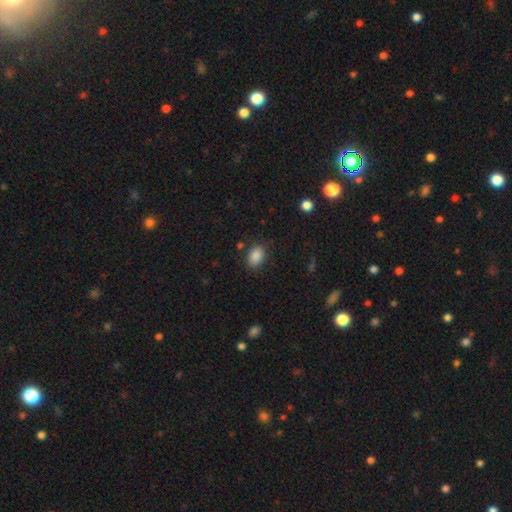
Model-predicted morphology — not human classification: Q: Smooth or featured?
A: smooth (87%); runner-up: star or artifact (9%)
Q: How rounded?
A: in between (81%); runner-up: round (18%)
Q: Merging?
A: none (83%); runner-up: minor disturbance (12%)